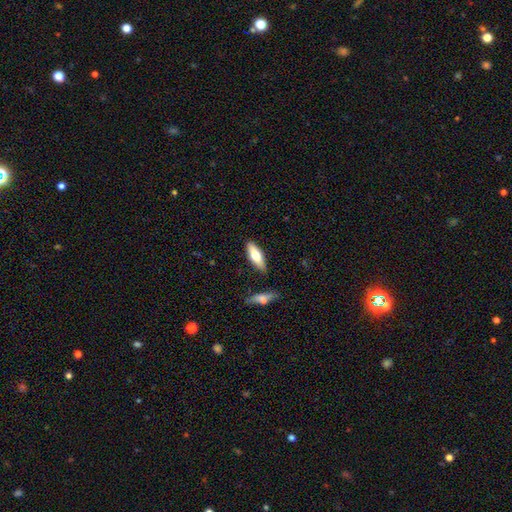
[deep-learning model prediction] The model was most divided on "how rounded": in between: 54%, cigar-shaped: 44%, round: 2%. More confident: merging — none (84%); smooth or featured — smooth (65%).